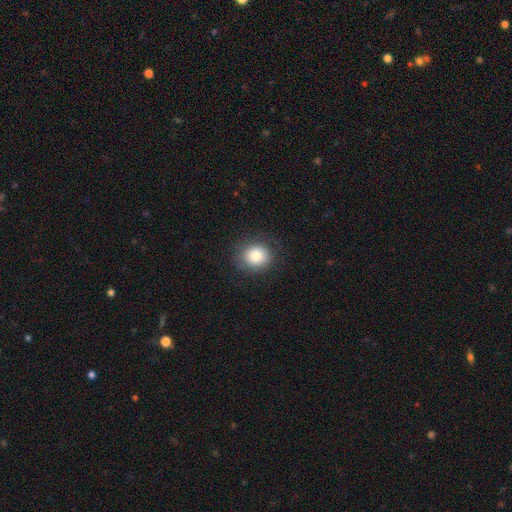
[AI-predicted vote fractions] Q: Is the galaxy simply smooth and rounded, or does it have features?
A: smooth — 81%.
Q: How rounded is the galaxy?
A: round — 82%.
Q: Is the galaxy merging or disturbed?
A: none — 85%.